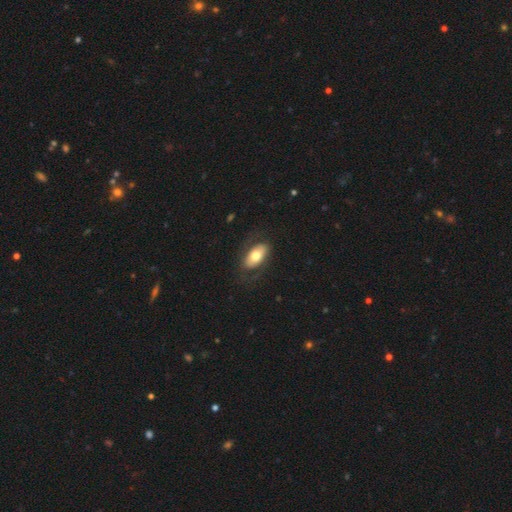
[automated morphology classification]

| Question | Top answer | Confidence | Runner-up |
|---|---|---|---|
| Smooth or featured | smooth | 62% | featured or disk (32%) |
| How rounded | in between | 92% | round (4%) |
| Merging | none | 74% | minor disturbance (15%) |